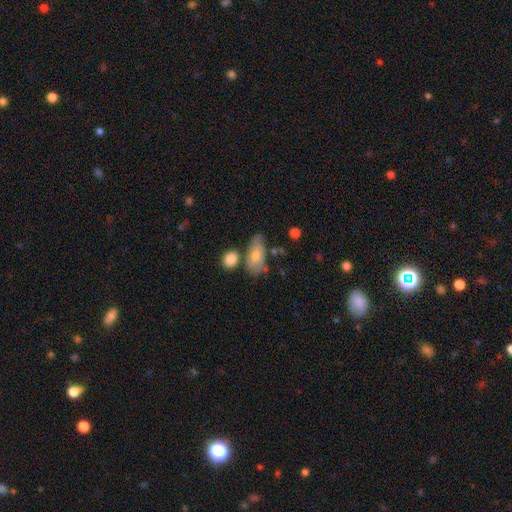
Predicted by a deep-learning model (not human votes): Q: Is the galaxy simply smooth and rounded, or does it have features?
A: smooth — 61%.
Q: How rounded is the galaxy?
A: in between — 85%.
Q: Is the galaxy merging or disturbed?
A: none — 58%.